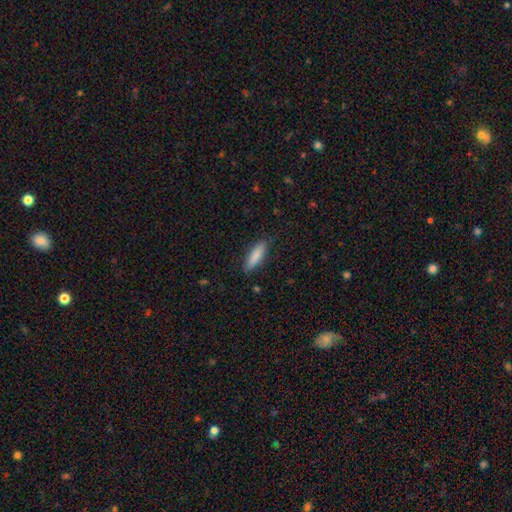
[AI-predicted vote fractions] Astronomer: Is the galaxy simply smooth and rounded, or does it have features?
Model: smooth — 80%.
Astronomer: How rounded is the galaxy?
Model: cigar-shaped — 64%.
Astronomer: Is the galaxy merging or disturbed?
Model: none — 84%.